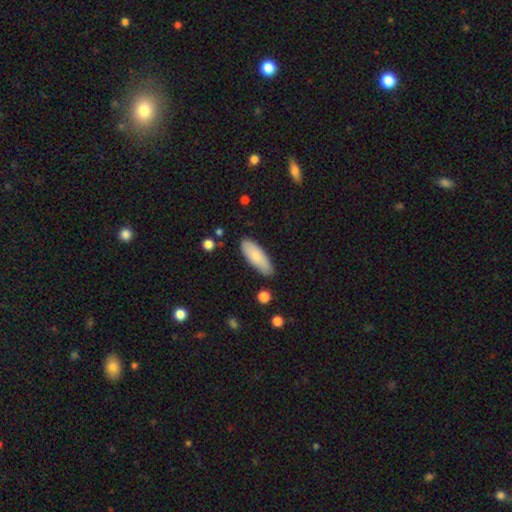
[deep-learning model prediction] smooth-or-featured: smooth: 80% | featured or disk: 14% | star or artifact: 6%
  how-rounded: in between: 69% | cigar-shaped: 30% | round: 2%
  merging: none: 82% | minor disturbance: 14% | major disturbance: 2% | merger: 2%